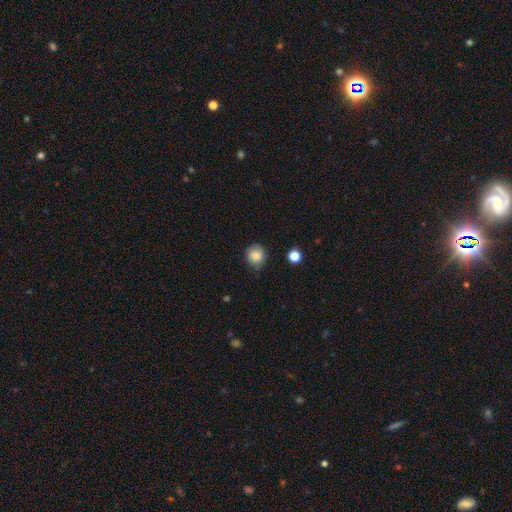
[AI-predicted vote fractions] This appears to be a smooth galaxy with no disk features (85%) that is round (86%). Merging: none (73%).